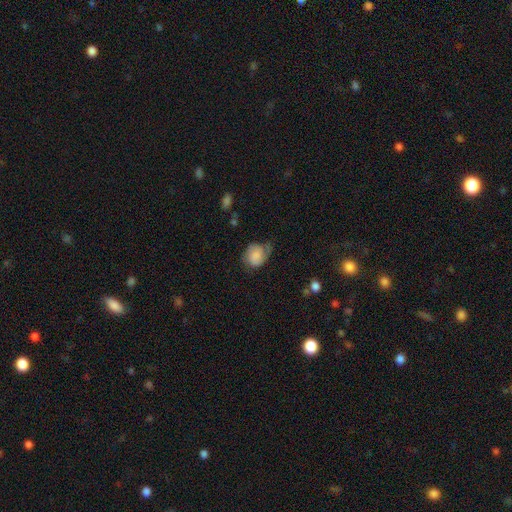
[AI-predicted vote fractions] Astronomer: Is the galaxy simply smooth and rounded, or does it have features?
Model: smooth — 69%.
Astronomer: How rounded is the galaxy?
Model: round — 57% (runner-up: in between, 42%).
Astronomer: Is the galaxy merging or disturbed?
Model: none — 42% (runner-up: minor disturbance, 37%).